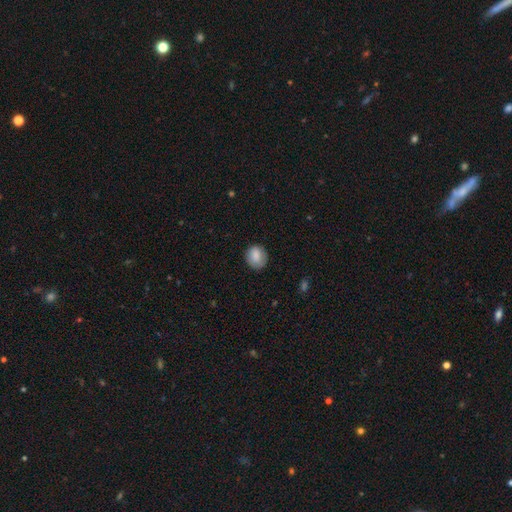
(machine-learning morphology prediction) Smooth or featured?
  - smooth: 85% *
  - star or artifact: 8%
  - featured or disk: 7%
How rounded?
  - round: 73% *
  - in between: 26%
  - cigar-shaped: 1%
Merging?
  - none: 80% *
  - minor disturbance: 15%
  - major disturbance: 4%
  - merger: 1%